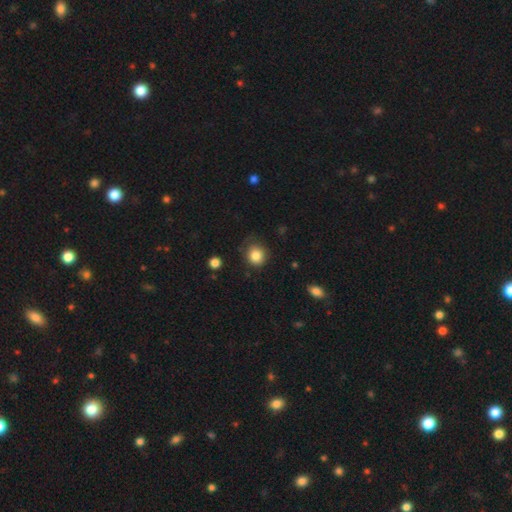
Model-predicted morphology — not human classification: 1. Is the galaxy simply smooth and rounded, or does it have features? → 85% smooth, 10% star or artifact, 5% featured or disk.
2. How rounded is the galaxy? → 79% round, 20% in between, 1% cigar-shaped.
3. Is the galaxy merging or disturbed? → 72% none, 20% minor disturbance, 6% major disturbance, 2% merger.